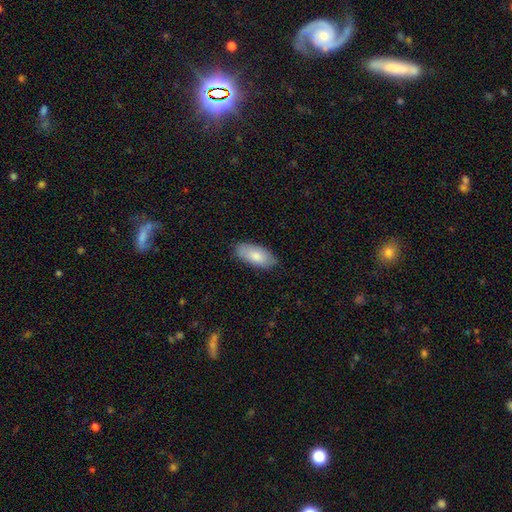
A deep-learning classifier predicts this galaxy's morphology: Q: Smooth or featured?
A: smooth (82%); runner-up: featured or disk (13%)
Q: How rounded?
A: in between (91%); runner-up: cigar-shaped (7%)
Q: Merging?
A: none (84%); runner-up: minor disturbance (13%)